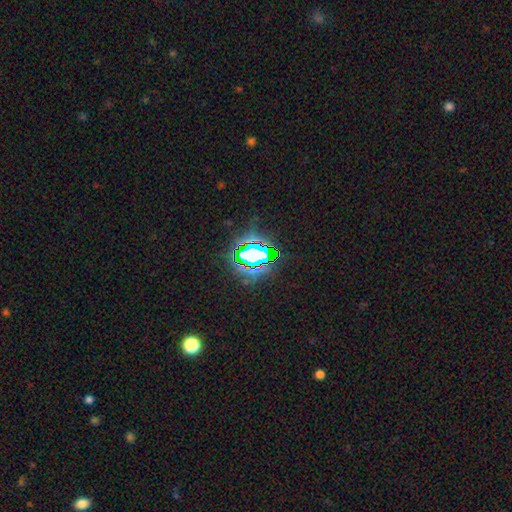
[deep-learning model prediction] Q: Smooth or featured?
A: star or artifact (81%); runner-up: smooth (12%)